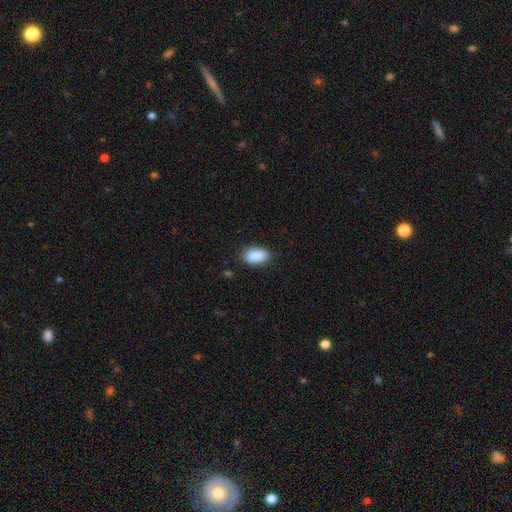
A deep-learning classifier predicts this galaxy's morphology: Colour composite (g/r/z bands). It shows a smooth galaxy with no disk features (89%) that is in between round and cigar-shaped (92%). Merging: none (83%).